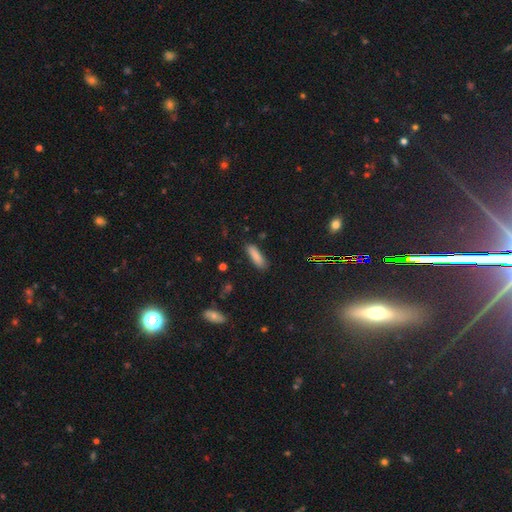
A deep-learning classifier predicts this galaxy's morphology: This appears to be a smooth galaxy with no disk features (85%) that is cigar-shaped (54%). Merging: none (82%).